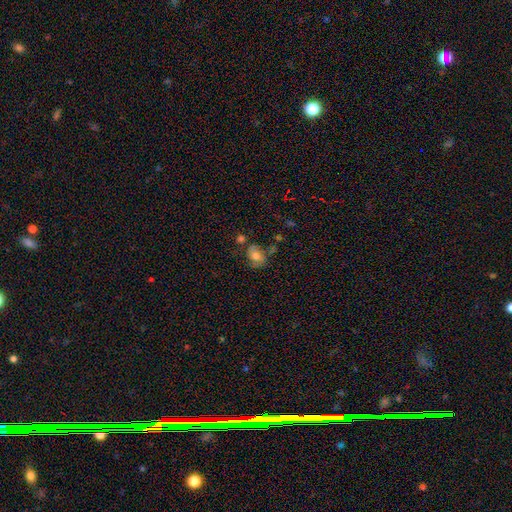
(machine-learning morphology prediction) smooth 66%, featured or disk 25%, star or artifact 10%. Down the decision tree: how rounded — in between (66%); merging — none (52%).